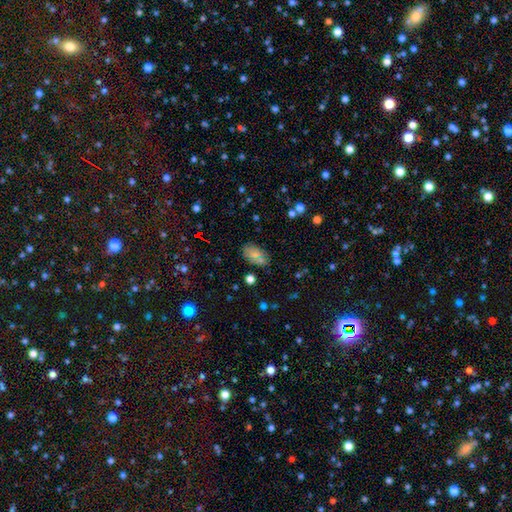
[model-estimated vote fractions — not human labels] A smooth galaxy with no disk features (69%) that is in between round and cigar-shaped (90%). Merging: none (73%).